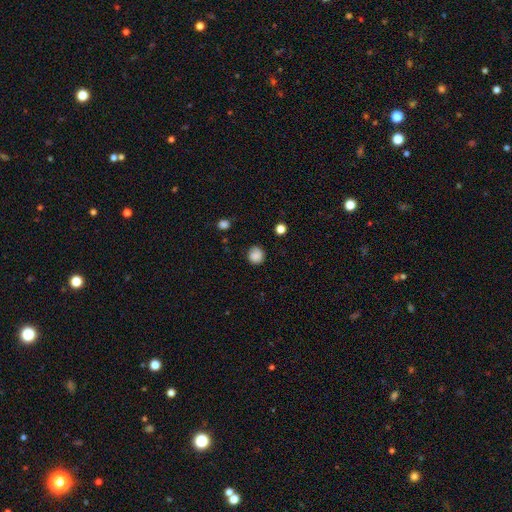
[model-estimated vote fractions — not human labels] smooth-or-featured: smooth: 85% | star or artifact: 10% | featured or disk: 5%
  how-rounded: round: 88% | in between: 11% | cigar-shaped: 1%
  merging: none: 81% | minor disturbance: 14% | major disturbance: 4% | merger: 1%